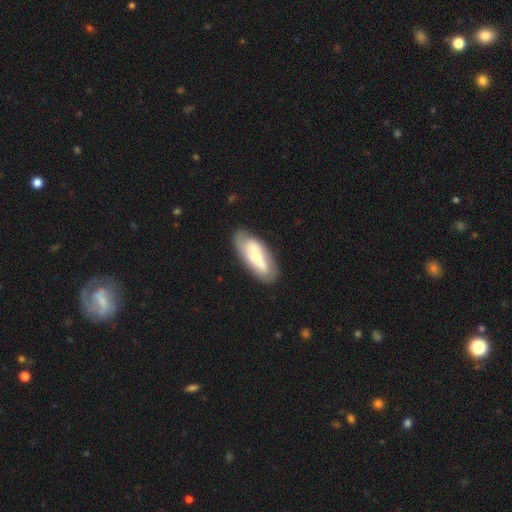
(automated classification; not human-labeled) Overall: smooth (55%; featured or disk 39%). How rounded: in between (74%). Merging: none (72%).